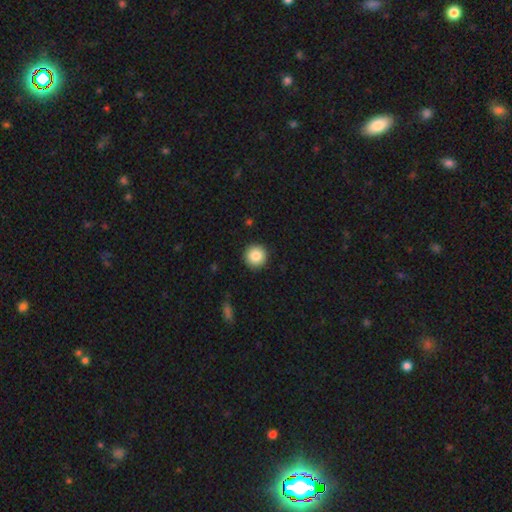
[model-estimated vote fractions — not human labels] Smooth or featured: smooth — 85% (star or artifact — 9%)
How rounded: round — 96% (in between — 3%)
Merging: none — 92% (minor disturbance — 5%)